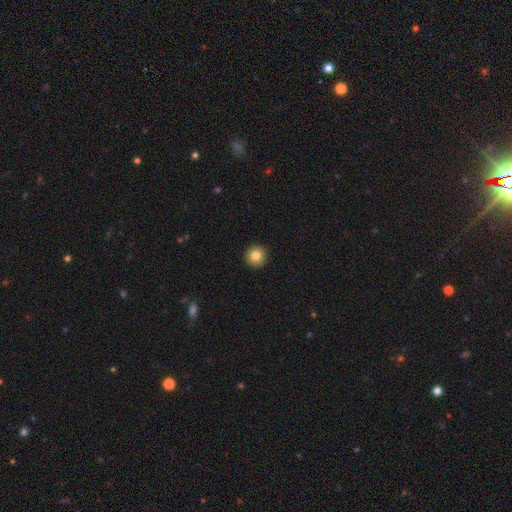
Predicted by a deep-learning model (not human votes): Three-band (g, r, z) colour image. It shows a smooth galaxy with no disk features (84%) that is round (96%). Merging: none (93%).